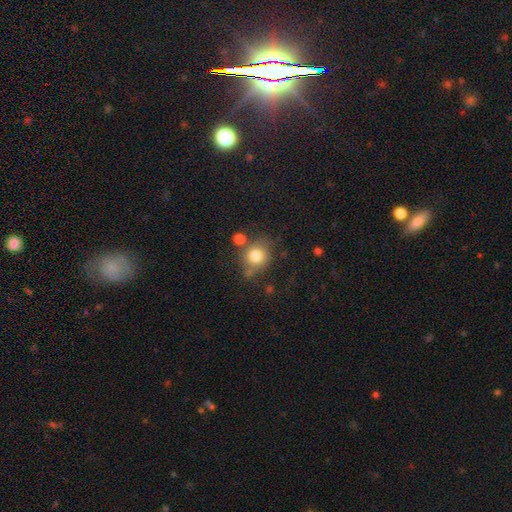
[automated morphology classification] Smooth or featured: smooth — 80% (star or artifact — 11%)
How rounded: round — 81% (in between — 18%)
Merging: none — 64% (minor disturbance — 16%)